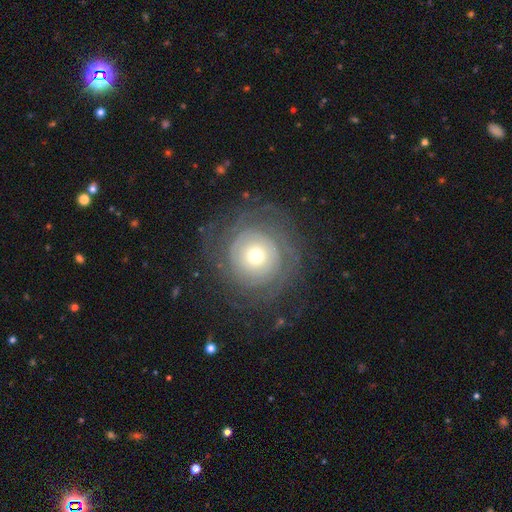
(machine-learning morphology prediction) A featured or disk galaxy (69%) with no bar (86%), tight (79%) spiral arms (82%) and a moderate central bulge (48%).

Vote fractions:
- Smooth or featured? featured or disk: 69% / smooth: 22% / star or artifact: 9%
- Edge-on disk? no: 97% / yes: 3%
- Bar? no: 86% / weak: 11% / strong: 3%
- Spiral arms? yes: 82% / no: 18%
- Spiral winding? tight: 79% / medium: 14% / loose: 7%
- Spiral arm count? can't tell: 50% / 2: 16% / 3: 10% / more than 4: 8% / 4: 8% / 1: 7%
- Bulge size? moderate: 48% / small: 38% / large: 11% / dominant: 2% / none: 1%
- Merging? none: 76% / minor disturbance: 13% / major disturbance: 10% / merger: 1%